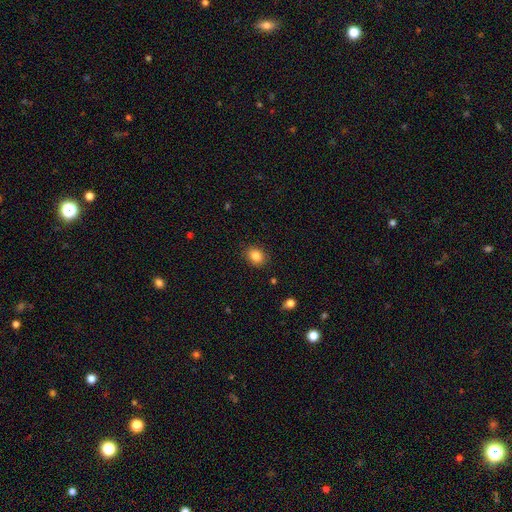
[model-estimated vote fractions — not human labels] Overall: smooth (85%). How rounded: in between (50%; round 49%). Merging: none (88%).